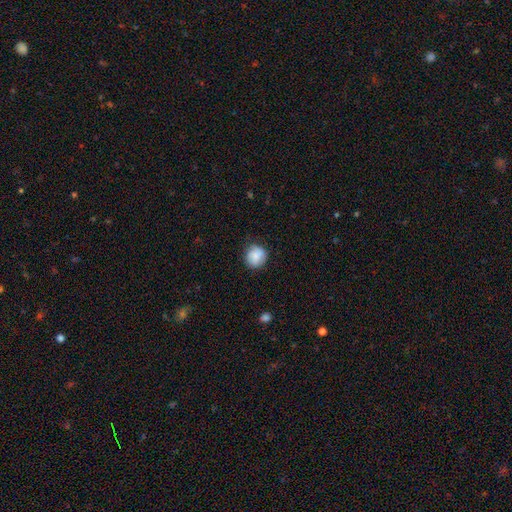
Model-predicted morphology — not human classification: This is clearly a smooth galaxy (83%). How rounded: clearly round (87%). Merging: likely none (79%).